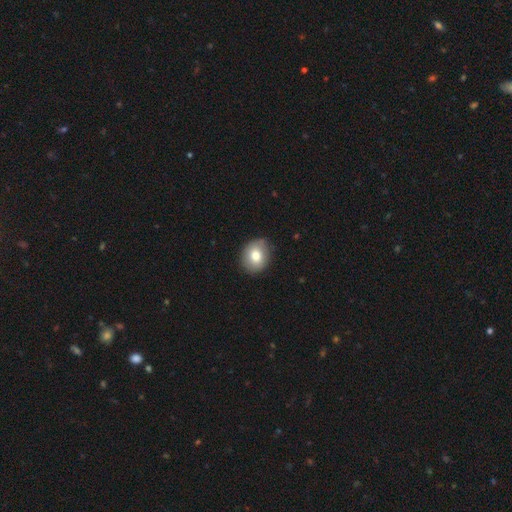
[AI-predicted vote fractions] Morphology: type=smooth (77%); roundness=round (60%); merging=none (81%).